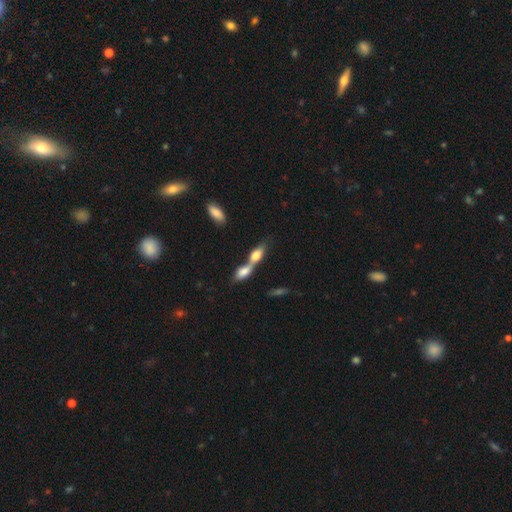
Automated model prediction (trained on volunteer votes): smooth_or_featured: smooth (p=0.66) [alt: featured or disk p=0.26]
how_rounded: in between (p=0.68) [alt: cigar-shaped p=0.26]
merging: merger (p=0.72) [alt: none p=0.19]